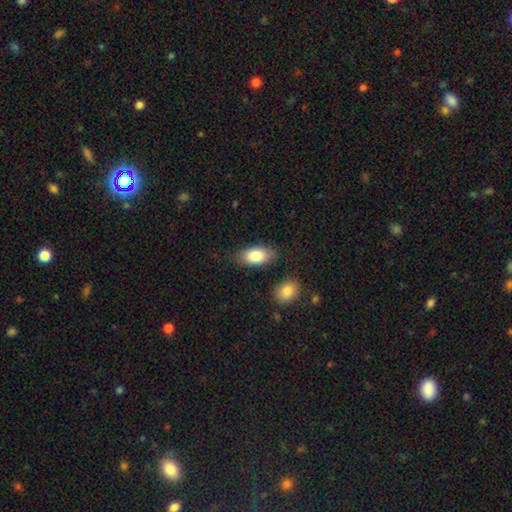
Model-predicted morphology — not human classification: smooth_or_featured: smooth (p=0.82) [alt: featured or disk p=0.12]
how_rounded: in between (p=0.91) [alt: round p=0.05]
merging: none (p=0.78) [alt: minor disturbance p=0.15]